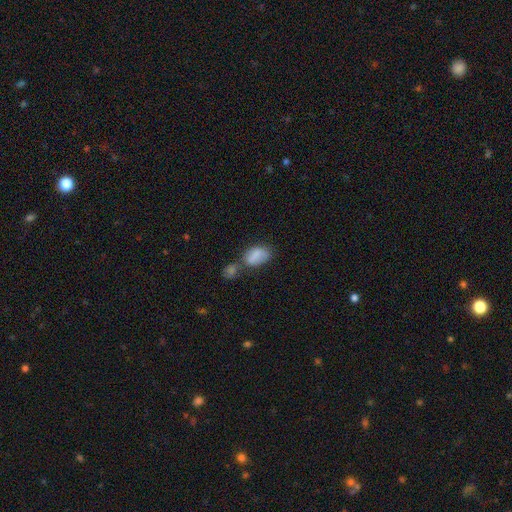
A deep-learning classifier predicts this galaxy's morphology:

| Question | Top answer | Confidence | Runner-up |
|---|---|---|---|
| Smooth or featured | smooth | 81% | featured or disk (10%) |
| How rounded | in between | 89% | round (9%) |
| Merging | merger | 43% | none (31%) |